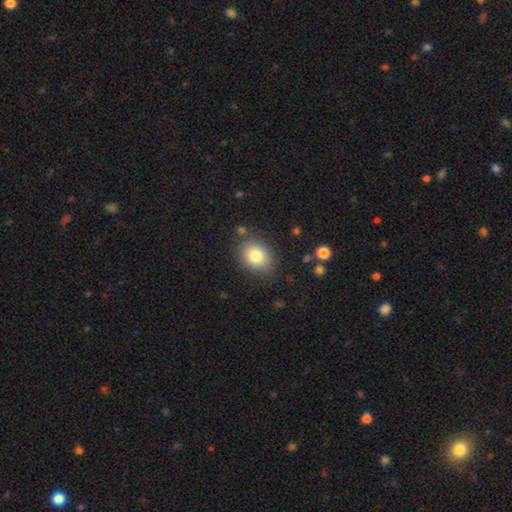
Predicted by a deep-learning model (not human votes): Smooth or featured?
  - smooth: 82% *
  - star or artifact: 9%
  - featured or disk: 9%
How rounded?
  - in between: 60% *
  - round: 40%
  - cigar-shaped: 1%
Merging?
  - none: 79% *
  - minor disturbance: 13%
  - major disturbance: 4%
  - merger: 3%